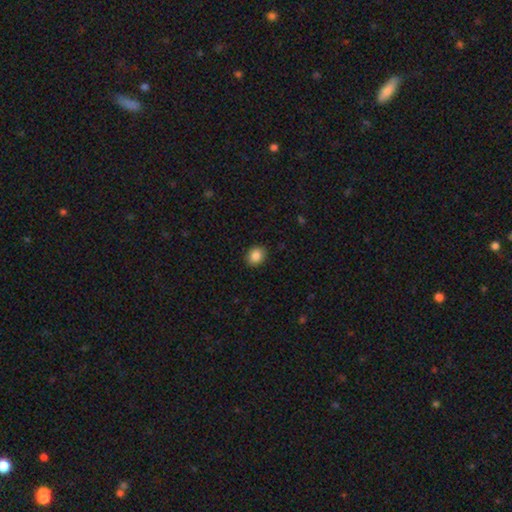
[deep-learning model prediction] The model was most divided on "how rounded": round: 61%, in between: 38%, cigar-shaped: 1%. More confident: merging — none (90%); smooth or featured — smooth (87%).